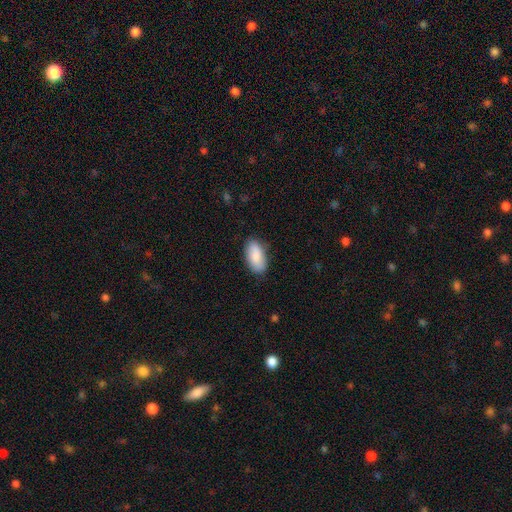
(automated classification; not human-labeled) A smooth galaxy with no disk features (87%) that is in between round and cigar-shaped (94%). Merging: none (82%).